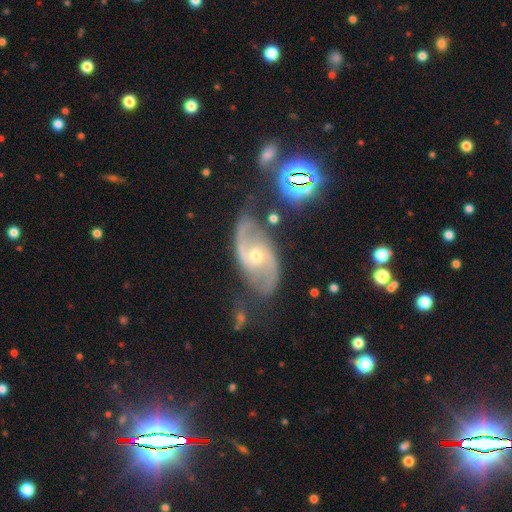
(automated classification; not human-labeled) Smooth or featured? Predicted: featured or disk (p=0.87). Edge-on disk? Predicted: no (p=0.96). Bar? Predicted: no (p=0.53). Spiral arms? Predicted: yes (p=0.96). Spiral winding? Predicted: medium (p=0.51). Spiral arm count? Predicted: 2 (p=0.90). Bulge size? Predicted: moderate (p=0.50). Merging? Predicted: none (p=0.69).